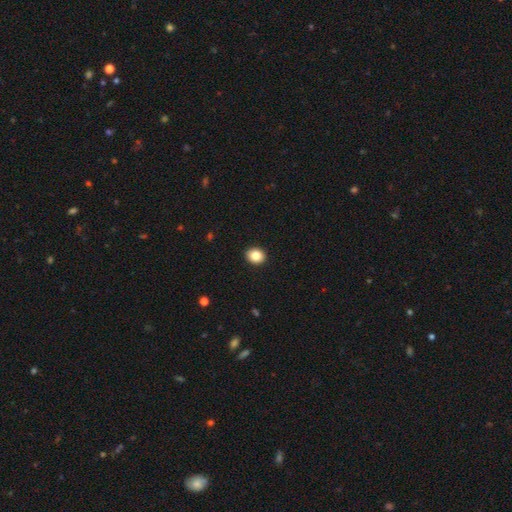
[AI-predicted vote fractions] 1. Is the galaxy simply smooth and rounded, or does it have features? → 84% smooth, 9% star or artifact, 7% featured or disk.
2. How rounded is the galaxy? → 60% round, 39% in between, 1% cigar-shaped.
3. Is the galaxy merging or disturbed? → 92% none, 5% minor disturbance, 1% major disturbance, 1% merger.